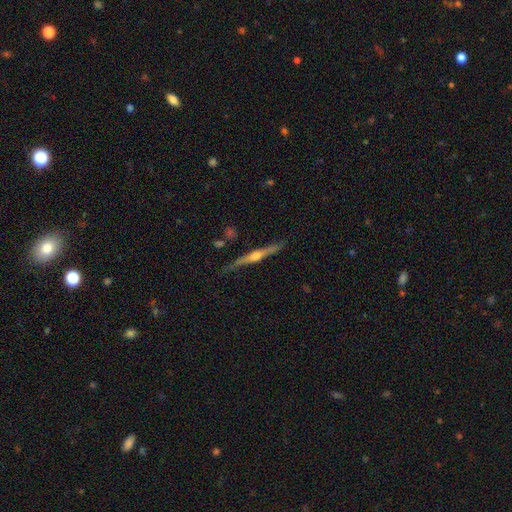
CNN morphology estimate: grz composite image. It shows a featured or disk galaxy (80%) viewed edge-on (98%) with a rounded central bulge (90%). Merging: none (84%).